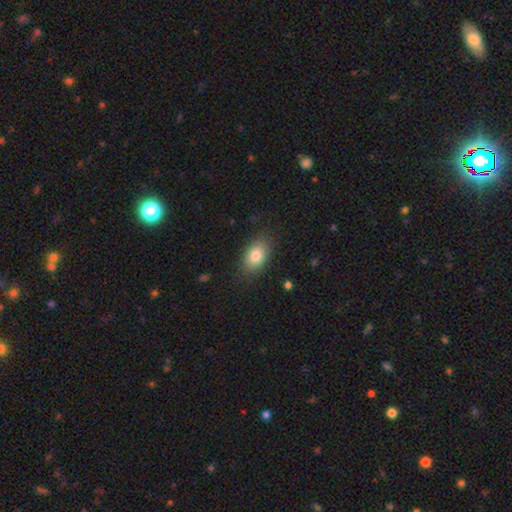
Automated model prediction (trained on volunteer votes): Smooth or featured: smooth — 81% (featured or disk — 11%)
How rounded: in between — 87% (round — 11%)
Merging: none — 83% (minor disturbance — 12%)